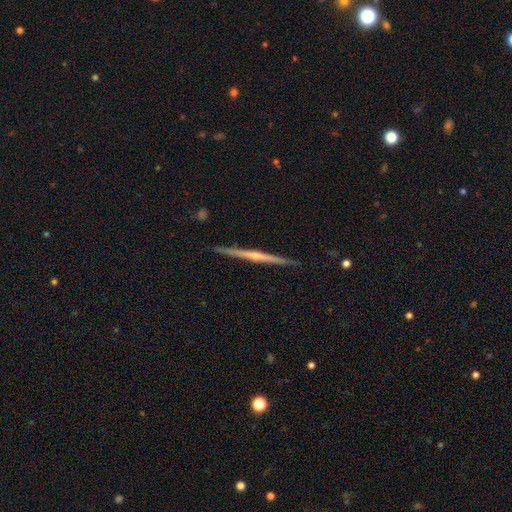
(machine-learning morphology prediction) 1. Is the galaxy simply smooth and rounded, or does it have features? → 77% featured or disk, 17% smooth, 6% star or artifact.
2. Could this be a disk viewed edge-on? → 98% yes, 2% no.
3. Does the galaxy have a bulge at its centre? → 62% rounded, 31% none, 8% boxy.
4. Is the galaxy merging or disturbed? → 91% none, 6% minor disturbance, 1% major disturbance, 1% merger.